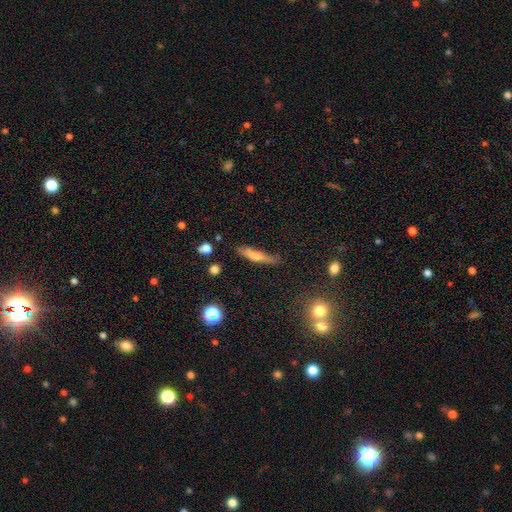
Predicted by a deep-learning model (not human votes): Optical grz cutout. It shows a smooth galaxy with no disk features (46%). Merging: none (79%).